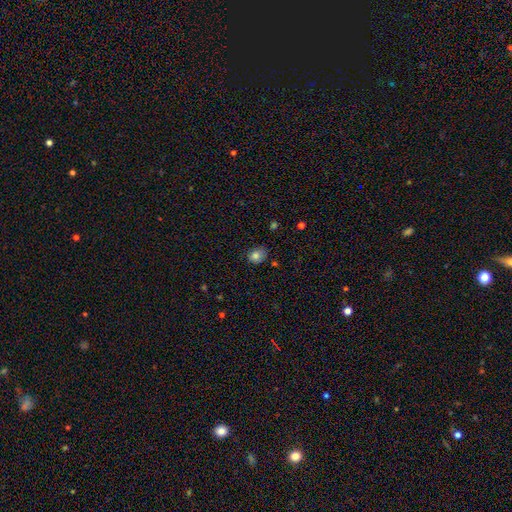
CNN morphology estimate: A smooth galaxy with no disk features (81%) that is in between round and cigar-shaped (56%). Merging: none (67%).